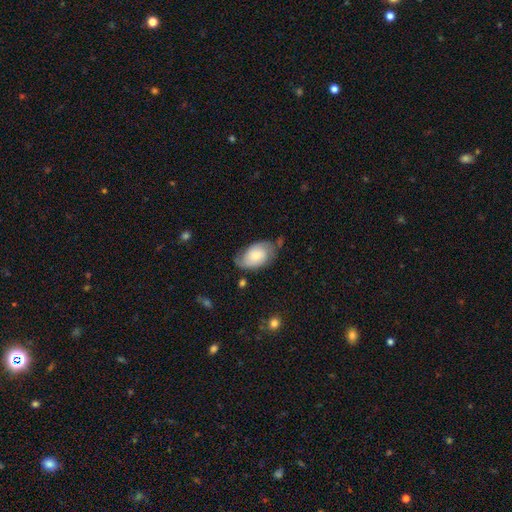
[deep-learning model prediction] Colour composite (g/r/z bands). It shows a featured or disk galaxy (51%). Merging: none (60%).